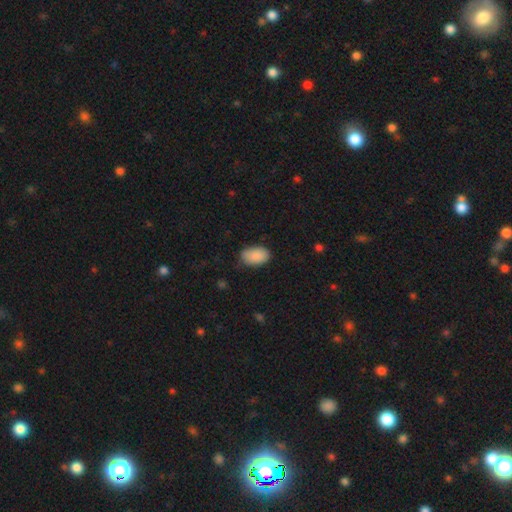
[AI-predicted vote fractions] The model was most divided on "merging": none: 77%, minor disturbance: 19%, major disturbance: 3%, merger: 1%. More confident: how rounded — in between (93%); smooth or featured — smooth (89%).